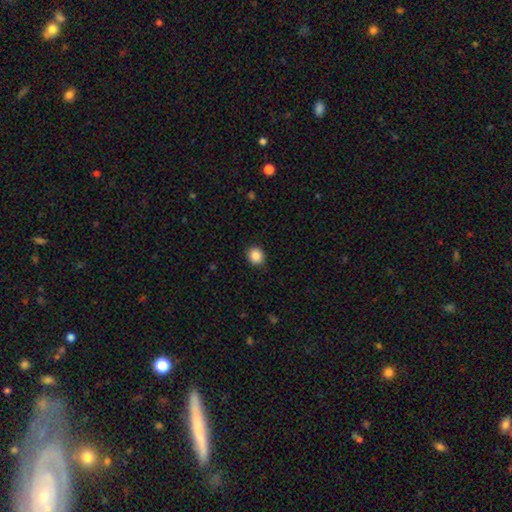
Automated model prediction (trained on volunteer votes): Morphology: type=smooth (88%); roundness=round (80%); merging=none (90%).